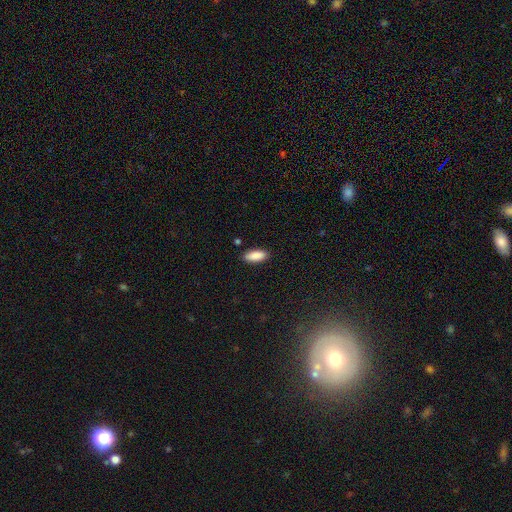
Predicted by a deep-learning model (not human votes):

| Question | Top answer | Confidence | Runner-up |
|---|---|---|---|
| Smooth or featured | smooth | 89% | star or artifact (6%) |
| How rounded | in between | 82% | cigar-shaped (16%) |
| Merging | none | 88% | minor disturbance (9%) |